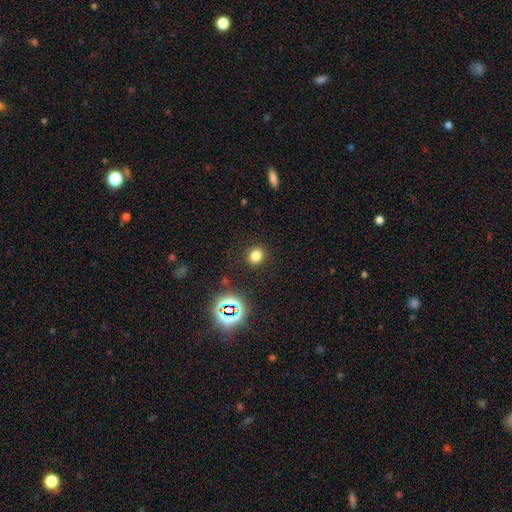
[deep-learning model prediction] smooth-or-featured: smooth: 75% | star or artifact: 19% | featured or disk: 6%
  how-rounded: round: 79% | in between: 20% | cigar-shaped: 1%
  merging: none: 89% | minor disturbance: 6% | major disturbance: 3% | merger: 1%